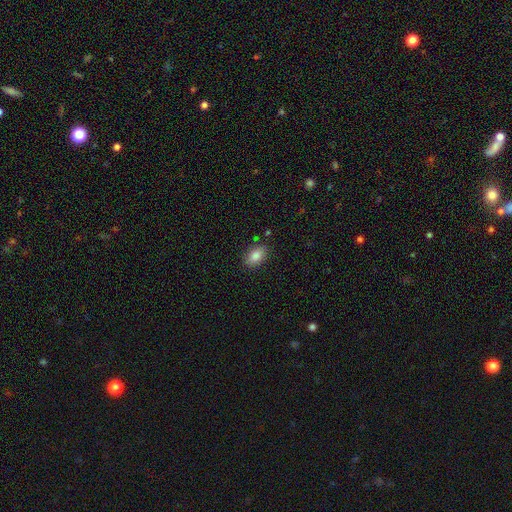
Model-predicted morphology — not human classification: A smooth galaxy with no disk features (85%) that is in between round and cigar-shaped (89%).

Vote fractions:
- Smooth or featured? smooth: 85% / star or artifact: 8% / featured or disk: 7%
- How rounded? in between: 89% / round: 9% / cigar-shaped: 2%
- Merging? none: 83% / minor disturbance: 12% / major disturbance: 3% / merger: 2%